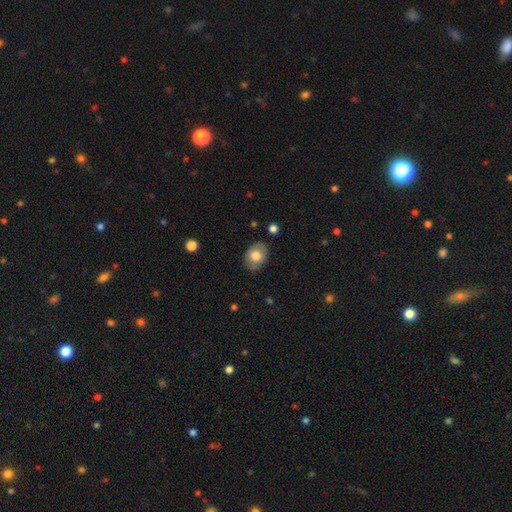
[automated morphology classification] This appears to be a smooth galaxy with no disk features (72%) that is in between round and cigar-shaped (71%). Merging: none (83%).